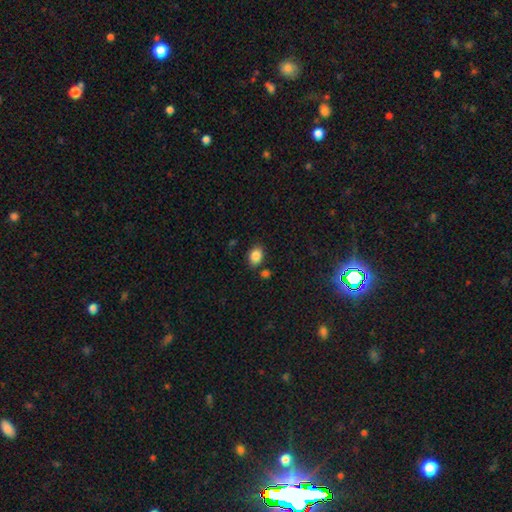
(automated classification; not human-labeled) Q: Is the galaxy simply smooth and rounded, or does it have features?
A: smooth — 86%.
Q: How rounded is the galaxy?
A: in between — 77%.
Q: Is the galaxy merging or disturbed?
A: none — 79%.